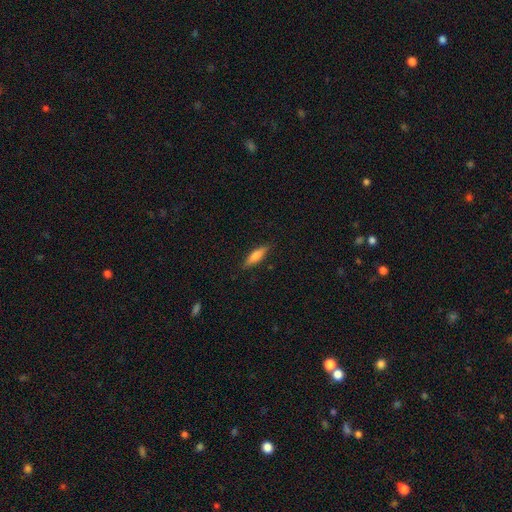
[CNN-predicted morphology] smooth-or-featured: smooth: 69% | featured or disk: 25% | star or artifact: 6%
  how-rounded: cigar-shaped: 62% | in between: 36% | round: 2%
  merging: none: 85% | minor disturbance: 11% | major disturbance: 2% | merger: 1%